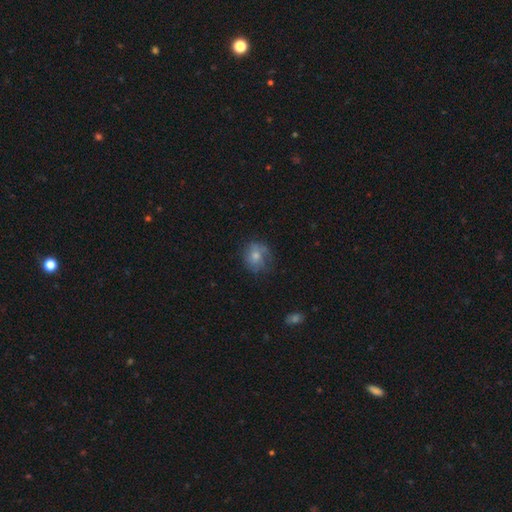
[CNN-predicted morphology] Smooth or featured? smooth (61%)
How rounded? round (71%)
Merging? none (57%)